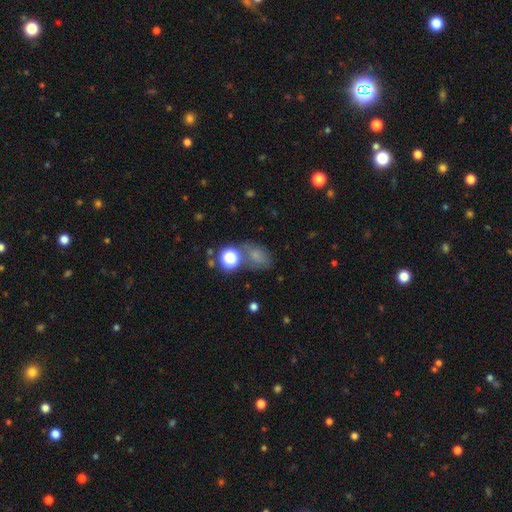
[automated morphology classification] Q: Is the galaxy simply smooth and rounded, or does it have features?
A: smooth — 65%.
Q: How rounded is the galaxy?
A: in between — 64%.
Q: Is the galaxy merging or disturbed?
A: none — 53%.